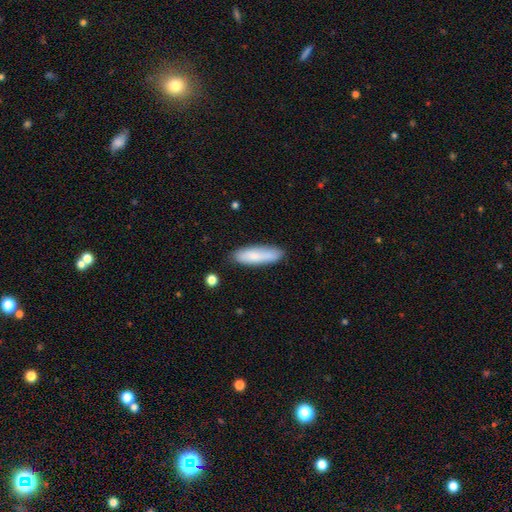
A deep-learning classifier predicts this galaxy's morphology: This appears to be a smooth galaxy with no disk features (77%) that is cigar-shaped (61%). Merging: none (83%).